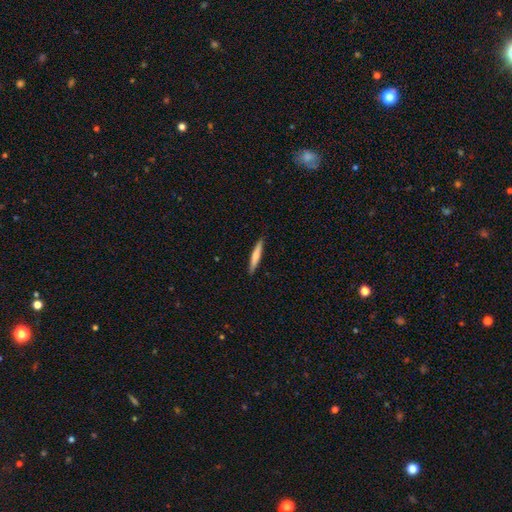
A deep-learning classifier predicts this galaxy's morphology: smooth-or-featured: smooth: 67% | featured or disk: 28% | star or artifact: 5%
  how-rounded: cigar-shaped: 94% | in between: 5% | round: 1%
  merging: none: 91% | minor disturbance: 7% | major disturbance: 1% | merger: 1%